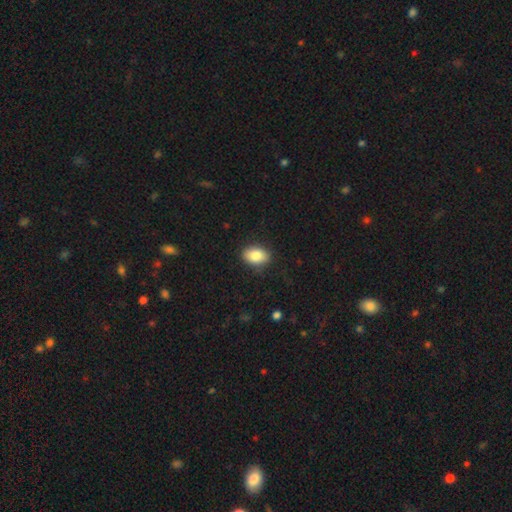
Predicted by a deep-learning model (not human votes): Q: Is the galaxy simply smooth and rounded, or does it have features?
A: smooth — 85%.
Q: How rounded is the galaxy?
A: in between — 86%.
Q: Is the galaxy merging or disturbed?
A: none — 87%.